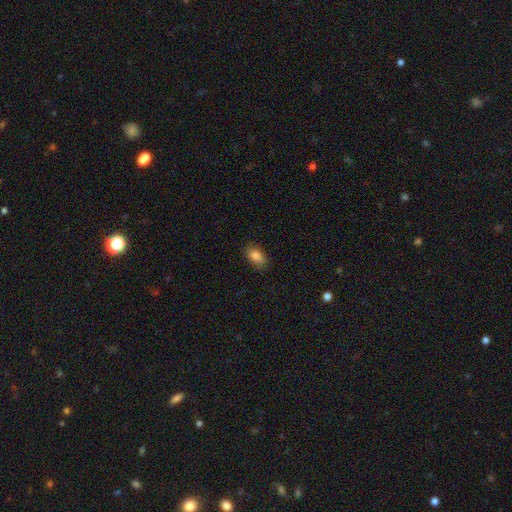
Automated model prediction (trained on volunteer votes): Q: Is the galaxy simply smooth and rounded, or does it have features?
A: smooth — 86%.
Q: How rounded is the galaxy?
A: in between — 88%.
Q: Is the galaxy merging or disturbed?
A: none — 84%.